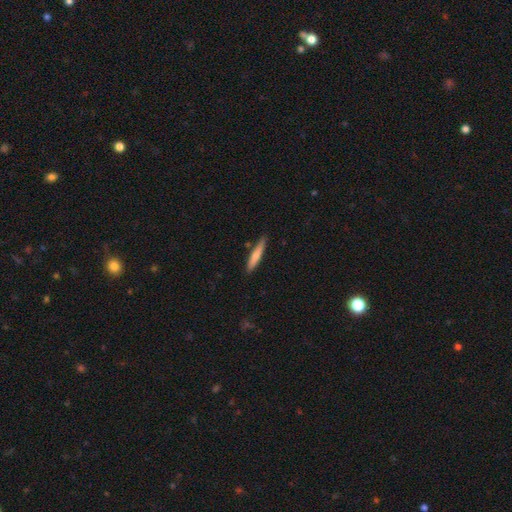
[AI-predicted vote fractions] Morphology: type=smooth (66%); roundness=cigar-shaped (92%); merging=none (85%).